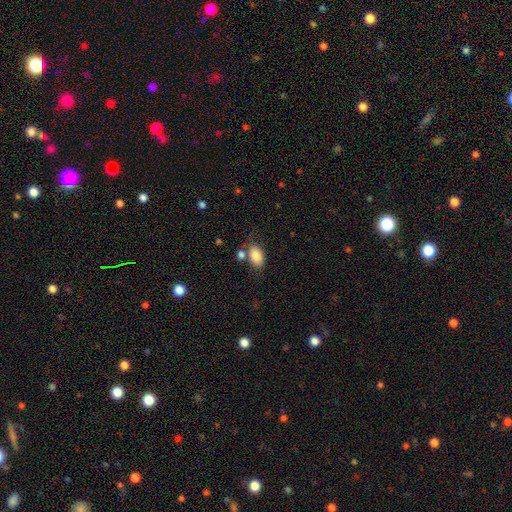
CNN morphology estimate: Smooth or featured?
  - smooth: 86% *
  - star or artifact: 8%
  - featured or disk: 6%
How rounded?
  - in between: 89% *
  - round: 9%
  - cigar-shaped: 2%
Merging?
  - none: 64% *
  - minor disturbance: 16%
  - merger: 14%
  - major disturbance: 6%